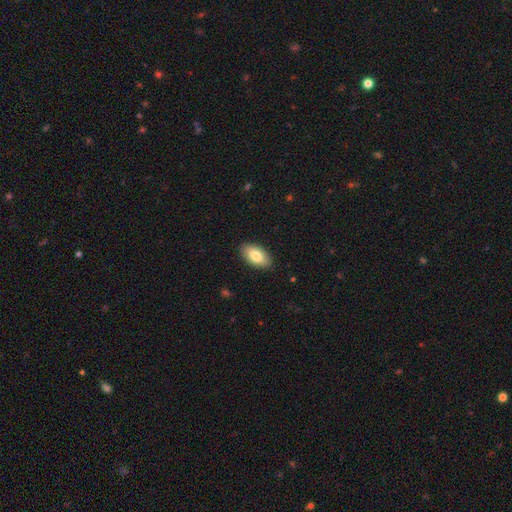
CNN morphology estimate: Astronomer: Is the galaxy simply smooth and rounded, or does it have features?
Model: smooth — 81%.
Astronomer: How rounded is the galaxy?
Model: in between — 94%.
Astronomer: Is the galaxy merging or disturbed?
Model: none — 89%.